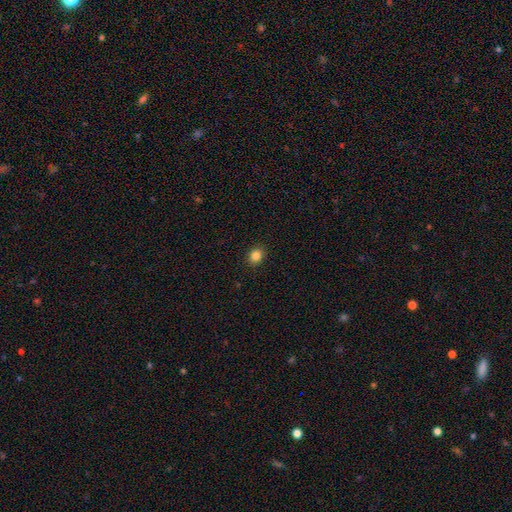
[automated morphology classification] Smooth or featured?
  - smooth: 85% *
  - star or artifact: 11%
  - featured or disk: 4%
How rounded?
  - round: 62% *
  - in between: 37%
  - cigar-shaped: 1%
Merging?
  - none: 91% *
  - minor disturbance: 6%
  - major disturbance: 2%
  - merger: 1%